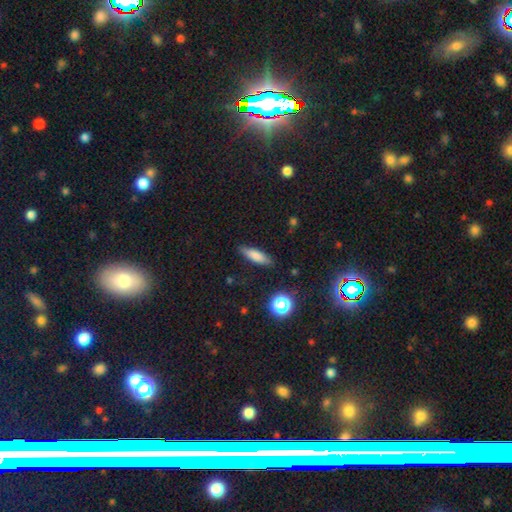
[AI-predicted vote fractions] This appears to be a smooth galaxy with no disk features (75%) that is cigar-shaped (61%). Merging: none (85%).